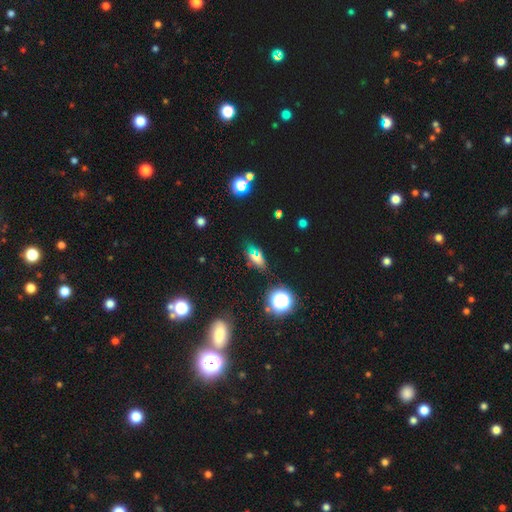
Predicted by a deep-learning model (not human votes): This appears to be a smooth galaxy with no disk features (44%). Merging: none (73%).